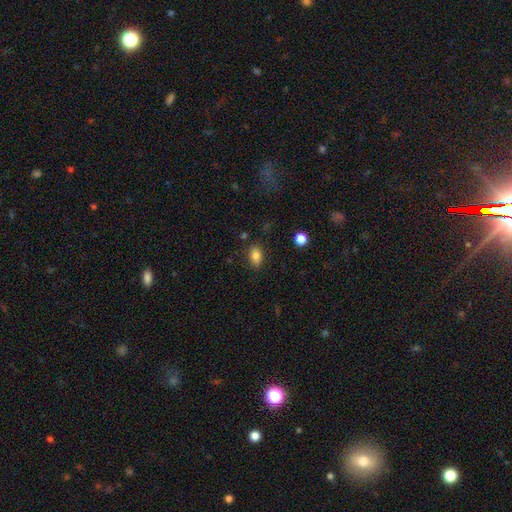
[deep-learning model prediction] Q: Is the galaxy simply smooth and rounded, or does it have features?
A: smooth — 83%.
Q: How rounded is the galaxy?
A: in between — 84%.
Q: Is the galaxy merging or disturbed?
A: none — 82%.